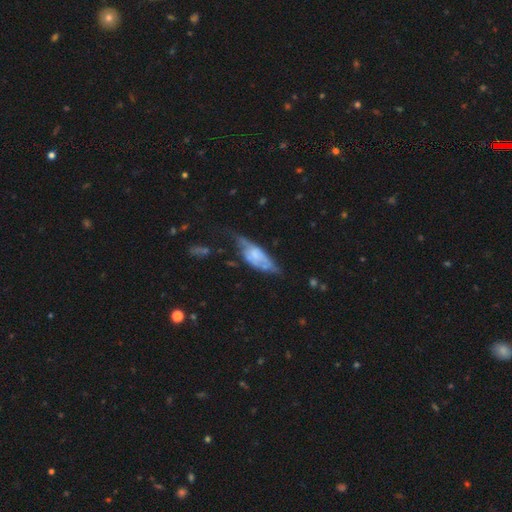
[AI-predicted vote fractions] Smooth or featured: featured or disk — 55% (smooth — 38%)
Edge-on disk: no — 60% (yes — 40%)
Merging: minor disturbance — 36% (none — 32%)